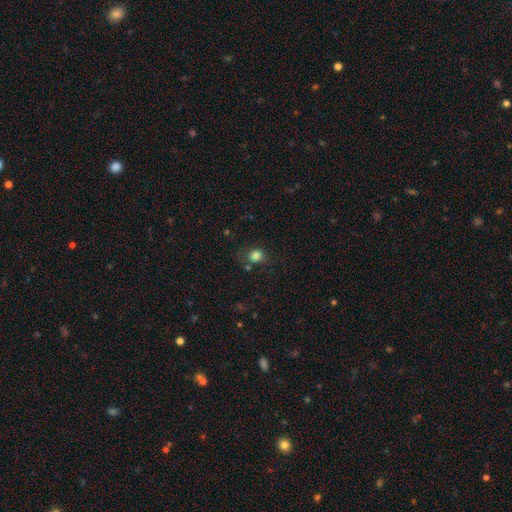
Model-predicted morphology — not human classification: Smooth or featured?
  - smooth: 81% *
  - star or artifact: 13%
  - featured or disk: 6%
How rounded?
  - round: 74% *
  - in between: 25%
  - cigar-shaped: 1%
Merging?
  - none: 64% *
  - minor disturbance: 20%
  - major disturbance: 10%
  - merger: 7%